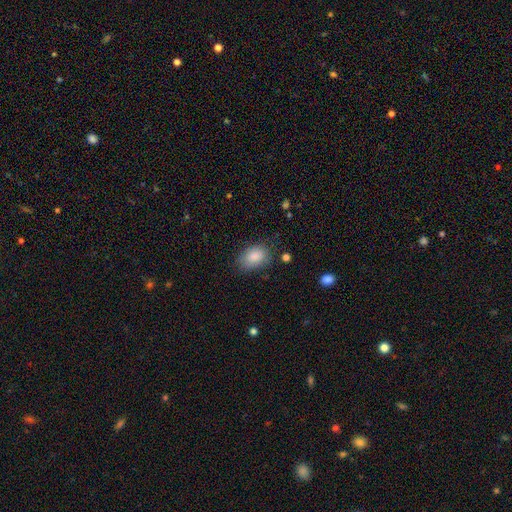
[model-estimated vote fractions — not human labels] This is clearly a smooth galaxy (86%). How rounded: clearly in between (86%). Merging: likely none (76%).